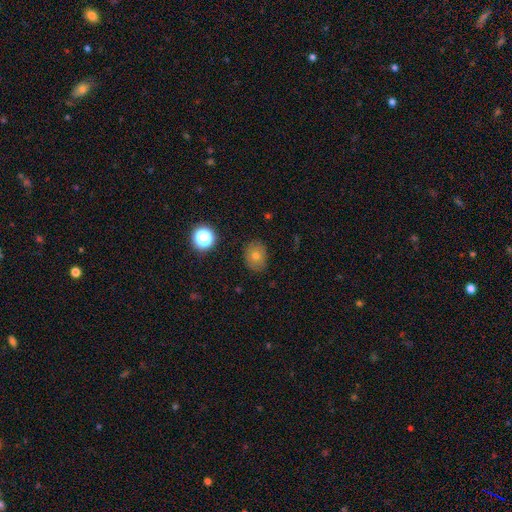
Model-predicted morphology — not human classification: Smooth or featured?
  - smooth: 66% *
  - featured or disk: 17%
  - star or artifact: 17%
How rounded?
  - round: 54% *
  - in between: 45%
  - cigar-shaped: 1%
Merging?
  - none: 83% *
  - minor disturbance: 12%
  - major disturbance: 3%
  - merger: 1%